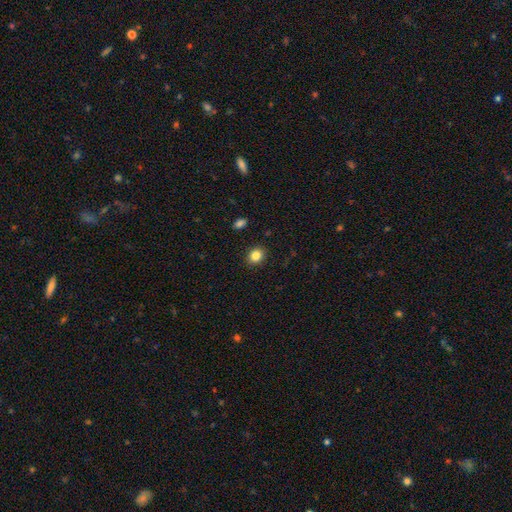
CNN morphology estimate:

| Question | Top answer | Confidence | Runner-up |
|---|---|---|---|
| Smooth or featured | smooth | 85% | star or artifact (10%) |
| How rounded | round | 66% | in between (34%) |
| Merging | none | 90% | minor disturbance (7%) |